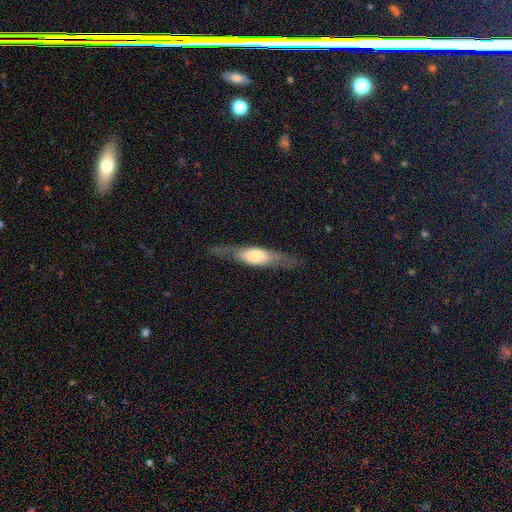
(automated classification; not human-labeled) A featured or disk galaxy (49%).

Vote fractions:
- Smooth or featured? featured or disk: 49% / smooth: 44% / star or artifact: 6%
- Merging? none: 75% / minor disturbance: 16% / major disturbance: 7% / merger: 1%